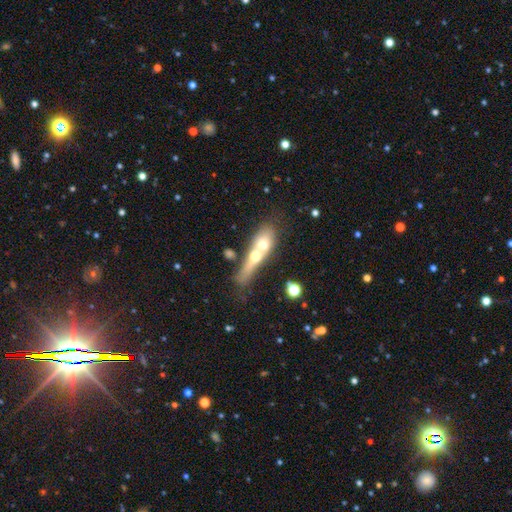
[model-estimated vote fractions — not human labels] A smooth galaxy with no disk features (46%).

Vote fractions:
- Smooth or featured? smooth: 46% / featured or disk: 43% / star or artifact: 11%
- Merging? merger: 55% / none: 28% / minor disturbance: 9% / major disturbance: 7%